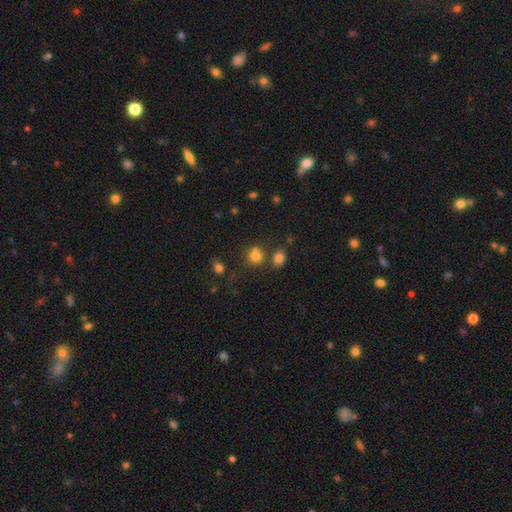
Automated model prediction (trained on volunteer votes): Smooth or featured? smooth (78%)
How rounded? round (75%)
Merging? none (62%)